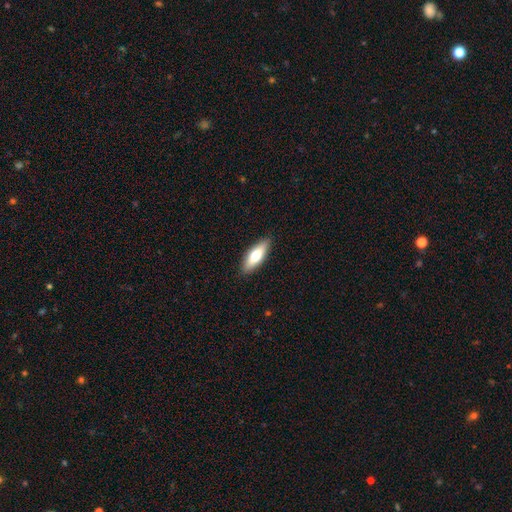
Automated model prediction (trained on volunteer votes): Smooth or featured? Predicted: smooth (p=0.67). How rounded? Predicted: in between (p=0.60). Merging? Predicted: none (p=0.89).